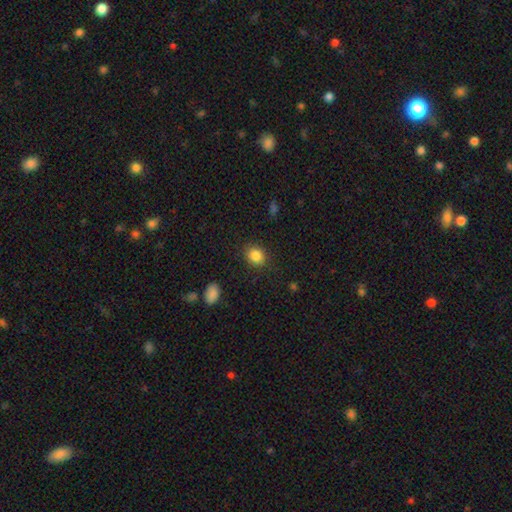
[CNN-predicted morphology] smooth-or-featured: smooth: 86% | star or artifact: 10% | featured or disk: 5%
  how-rounded: round: 60% | in between: 39% | cigar-shaped: 1%
  merging: none: 87% | minor disturbance: 9% | major disturbance: 3% | merger: 1%